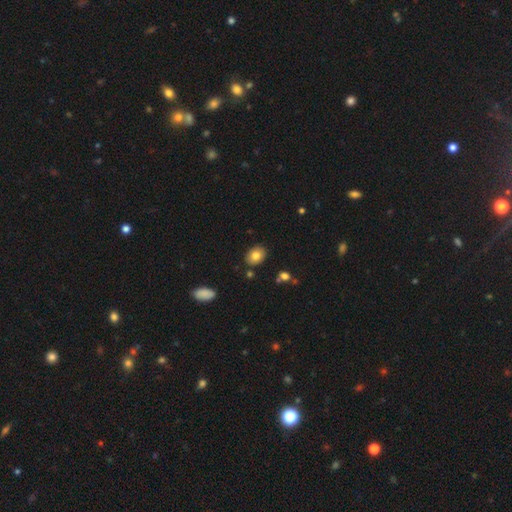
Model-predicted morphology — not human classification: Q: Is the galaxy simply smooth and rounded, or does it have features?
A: smooth — 81%.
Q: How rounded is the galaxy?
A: in between — 67%.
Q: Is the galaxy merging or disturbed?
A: none — 85%.